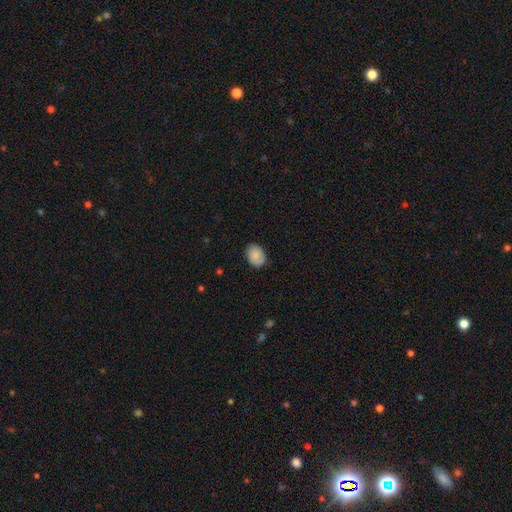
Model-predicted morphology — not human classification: Smooth or featured? Predicted: smooth (p=0.83). How rounded? Predicted: in between (p=0.71). Merging? Predicted: none (p=0.81).